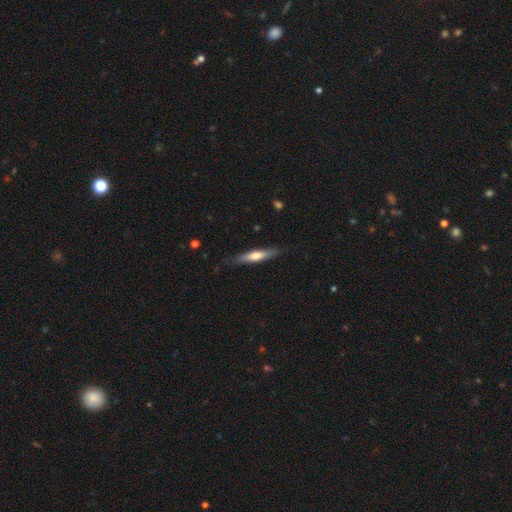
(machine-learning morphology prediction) type=smooth (55%); roundness=cigar-shaped (84%); merging=none (81%).